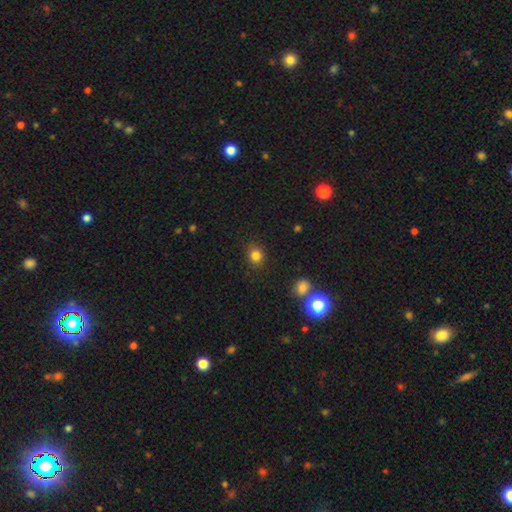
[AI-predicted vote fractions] A smooth galaxy with no disk features (82%) that is round (72%).

Vote fractions:
- Smooth or featured? smooth: 82% / star or artifact: 13% / featured or disk: 5%
- How rounded? round: 72% / in between: 27% / cigar-shaped: 1%
- Merging? none: 85% / minor disturbance: 10% / major disturbance: 3% / merger: 2%